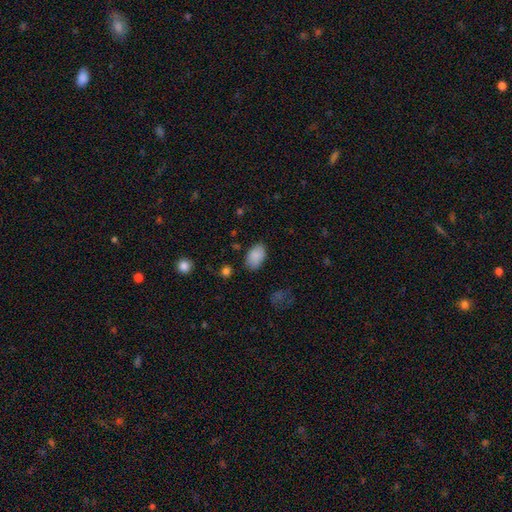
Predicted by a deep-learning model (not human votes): smooth-or-featured: smooth: 88% | star or artifact: 7% | featured or disk: 5%
  how-rounded: in between: 93% | round: 6% | cigar-shaped: 1%
  merging: none: 82% | minor disturbance: 13% | major disturbance: 3% | merger: 2%